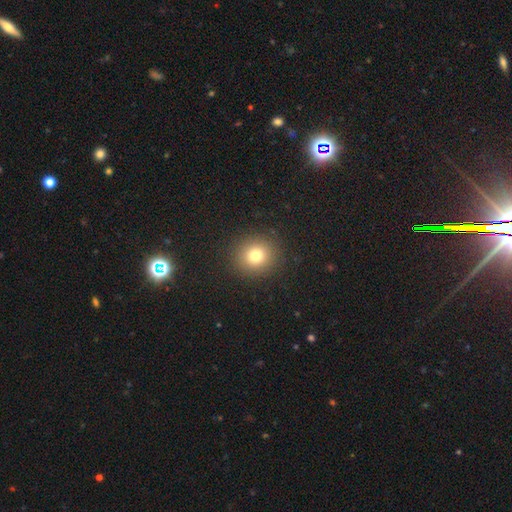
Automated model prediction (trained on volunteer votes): The model was most divided on "smooth or featured": smooth: 78%, star or artifact: 14%, featured or disk: 8%. More confident: merging — none (90%); how rounded — round (86%).